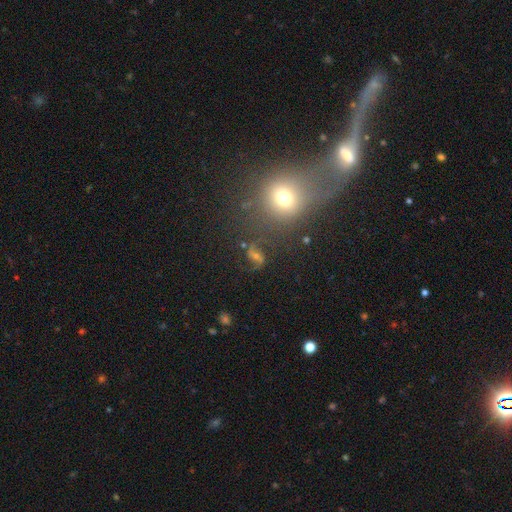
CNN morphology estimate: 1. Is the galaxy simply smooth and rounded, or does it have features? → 47% featured or disk, 28% smooth, 24% star or artifact.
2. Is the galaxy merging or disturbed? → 60% none, 16% minor disturbance, 14% major disturbance, 9% merger.